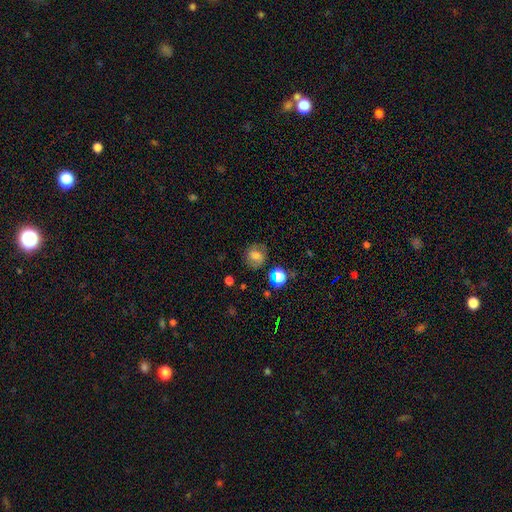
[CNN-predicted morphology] Overall: smooth (69%). How rounded: round (73%). Merging: none (75%).